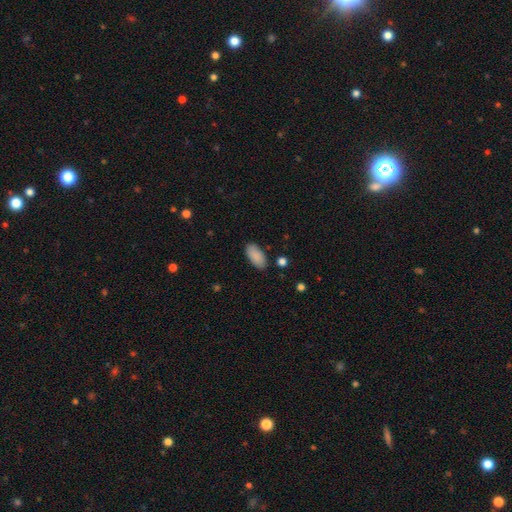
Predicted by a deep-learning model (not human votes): The model was most divided on "merging": none: 85%, minor disturbance: 11%, major disturbance: 2%, merger: 2%. More confident: how rounded — in between (93%); smooth or featured — smooth (89%).